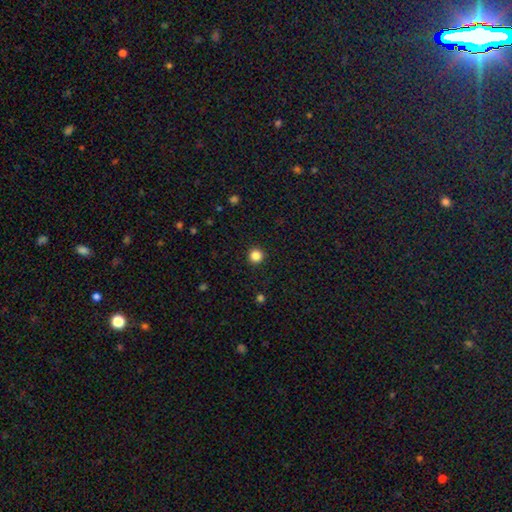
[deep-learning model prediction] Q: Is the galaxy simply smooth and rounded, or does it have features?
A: smooth — 85%.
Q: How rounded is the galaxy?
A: round — 96%.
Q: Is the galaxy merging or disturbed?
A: none — 93%.